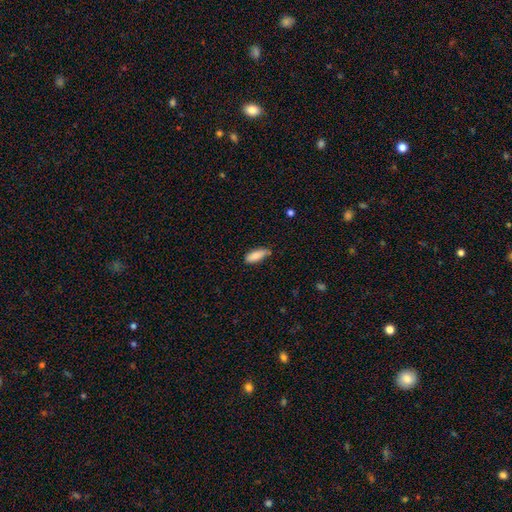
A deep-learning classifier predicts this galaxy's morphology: Q: Smooth or featured?
A: smooth (88%); runner-up: star or artifact (7%)
Q: How rounded?
A: in between (69%); runner-up: cigar-shaped (29%)
Q: Merging?
A: none (69%); runner-up: minor disturbance (24%)